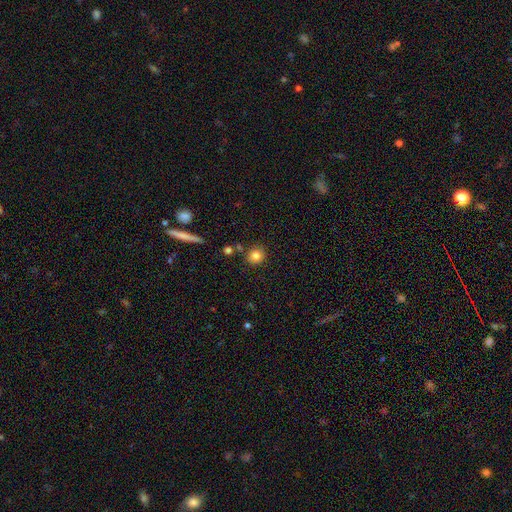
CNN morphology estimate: smooth_or_featured: smooth (p=0.83) [alt: star or artifact p=0.10]
how_rounded: round (p=0.86) [alt: in between p=0.13]
merging: none (p=0.83) [alt: minor disturbance p=0.09]